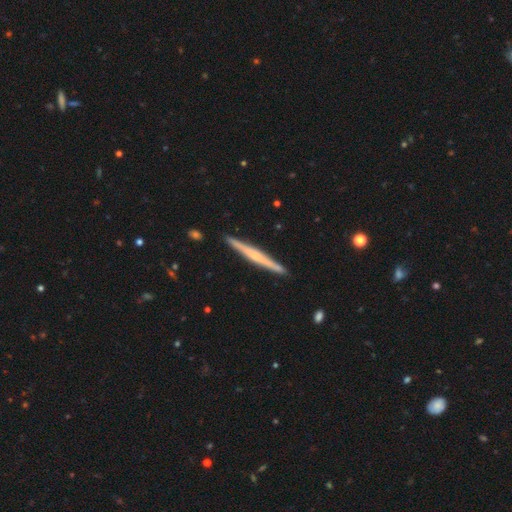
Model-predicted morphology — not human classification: Smooth or featured? Predicted: featured or disk (p=0.64). Edge-on disk? Predicted: yes (p=0.98). Edge-on bulge? Predicted: none (p=0.44, tied with rounded). Merging? Predicted: none (p=0.91).